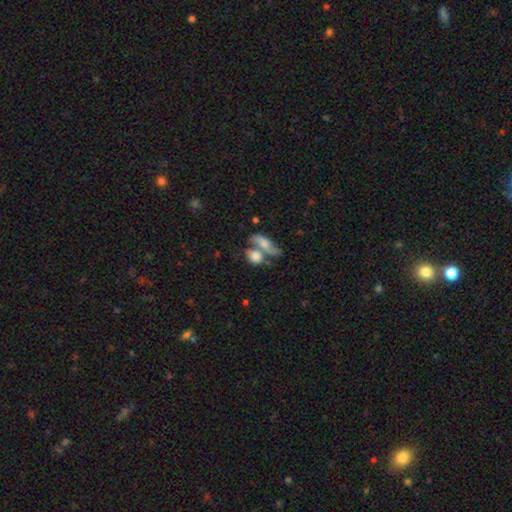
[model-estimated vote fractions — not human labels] The model was most divided on "how rounded": in between: 51%, round: 43%, cigar-shaped: 6%. More confident: smooth or featured — smooth (70%); merging — merger (50%).